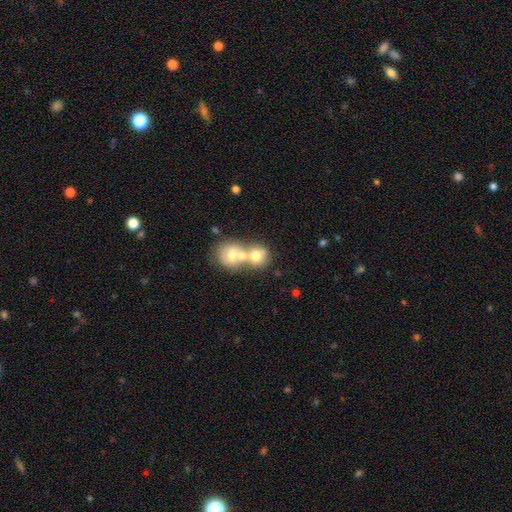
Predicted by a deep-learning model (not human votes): A smooth galaxy with no disk features (64%) that is round (73%). Merging: merger (70%).